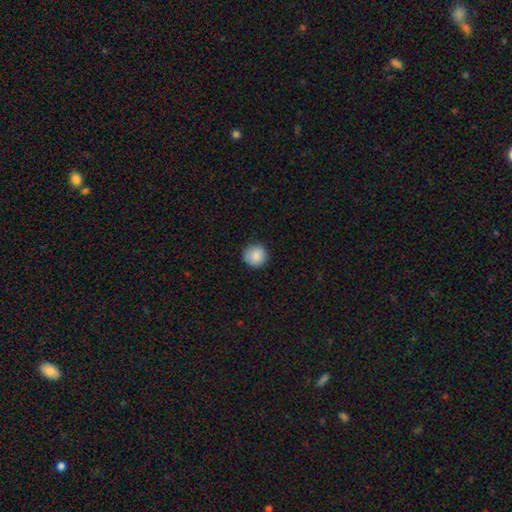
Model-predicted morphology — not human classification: This appears to be a smooth galaxy with no disk features (87%) that is round (94%). Merging: none (88%).